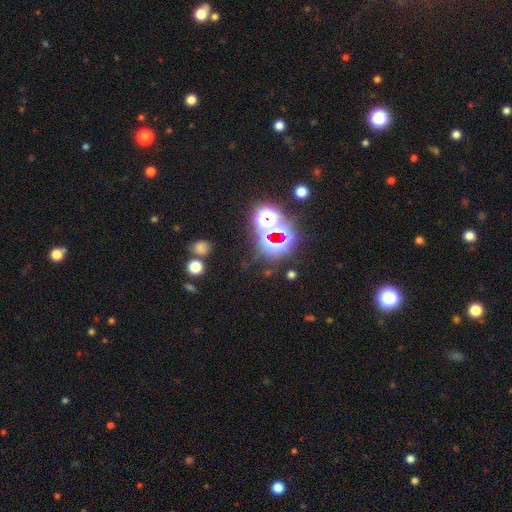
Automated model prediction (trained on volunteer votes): smooth_or_featured: star or artifact (p=0.76) [alt: smooth p=0.14]